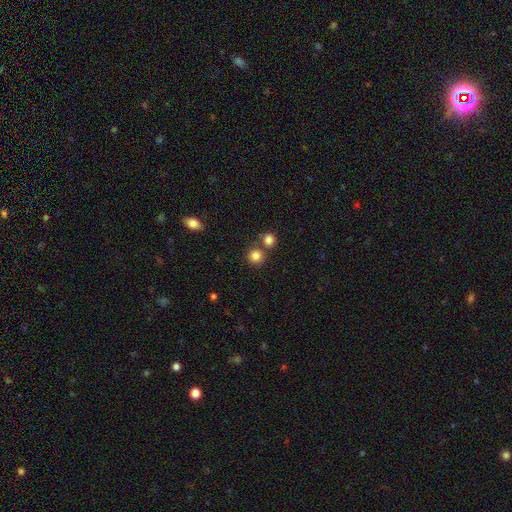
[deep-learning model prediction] smooth 84%, star or artifact 11%, featured or disk 5%. Down the decision tree: how rounded — round (90%); merging — none (70%).